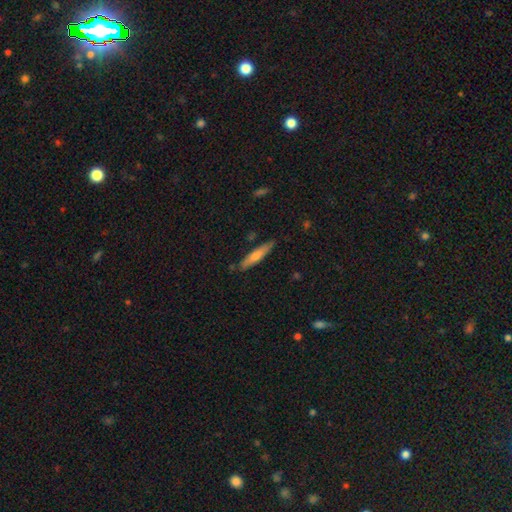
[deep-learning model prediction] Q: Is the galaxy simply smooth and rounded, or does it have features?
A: smooth — 60%.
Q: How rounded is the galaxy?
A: cigar-shaped — 87%.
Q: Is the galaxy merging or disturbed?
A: none — 84%.